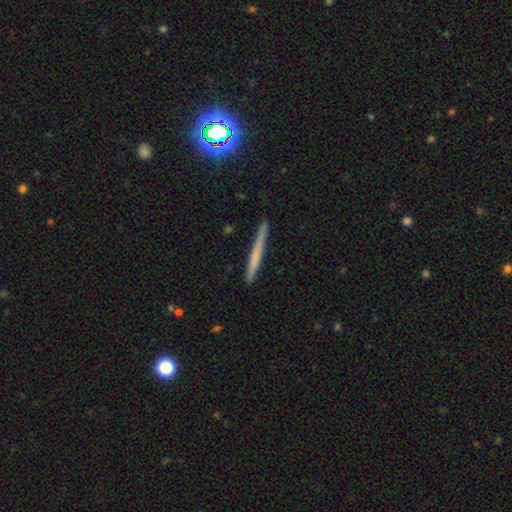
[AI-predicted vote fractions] smooth_or_featured: smooth (p=0.51) [alt: featured or disk p=0.41]
how_rounded: cigar-shaped (p=0.97) [alt: in between p=0.02]
merging: none (p=0.90) [alt: minor disturbance p=0.07]